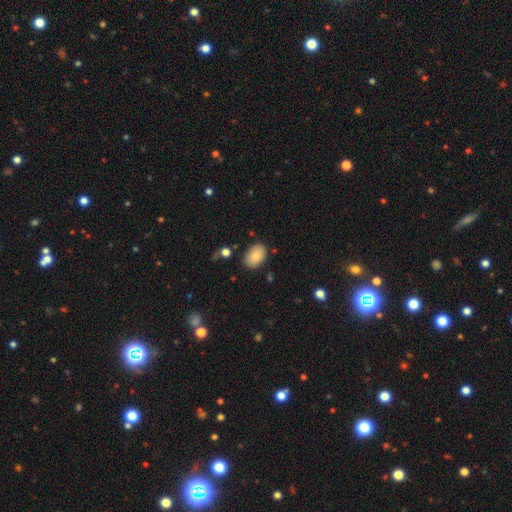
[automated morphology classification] smooth-or-featured: smooth: 86% | star or artifact: 7% | featured or disk: 7%
  how-rounded: in between: 84% | round: 15% | cigar-shaped: 1%
  merging: none: 84% | minor disturbance: 12% | major disturbance: 3% | merger: 2%